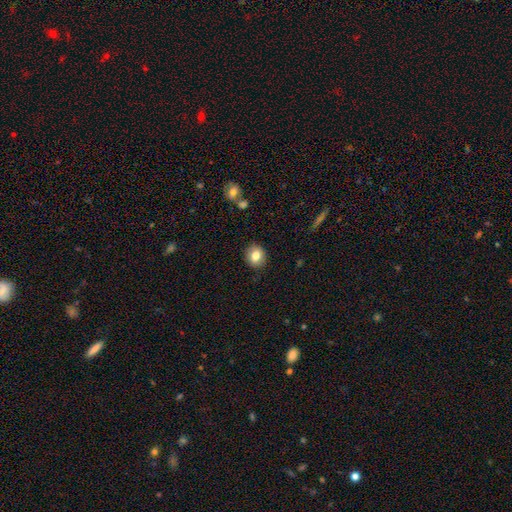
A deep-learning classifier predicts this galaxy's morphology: Overall: smooth (80%). How rounded: round (71%). Merging: none (89%).